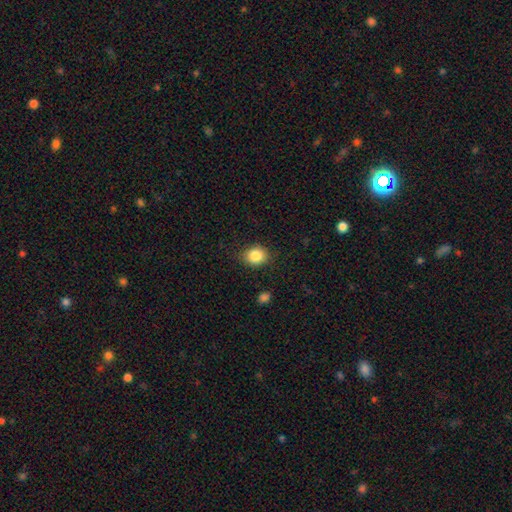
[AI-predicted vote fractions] Smooth or featured? Predicted: smooth (p=0.85). How rounded? Predicted: round (p=0.64). Merging? Predicted: none (p=0.83).